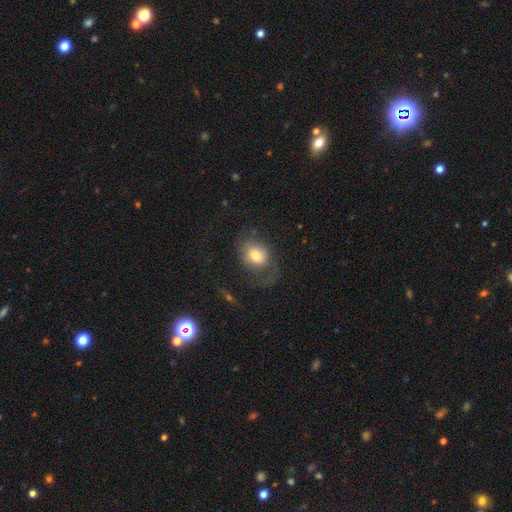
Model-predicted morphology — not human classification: Overall: smooth (68%). How rounded: in between (55%; round 43%). Merging: none (41%; major disturbance 34%).